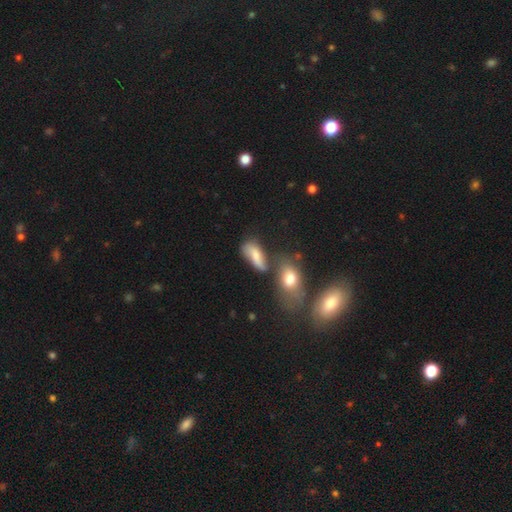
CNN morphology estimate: This appears to be a smooth galaxy with no disk features (71%) that is in between round and cigar-shaped (80%). Merging: none (39%).